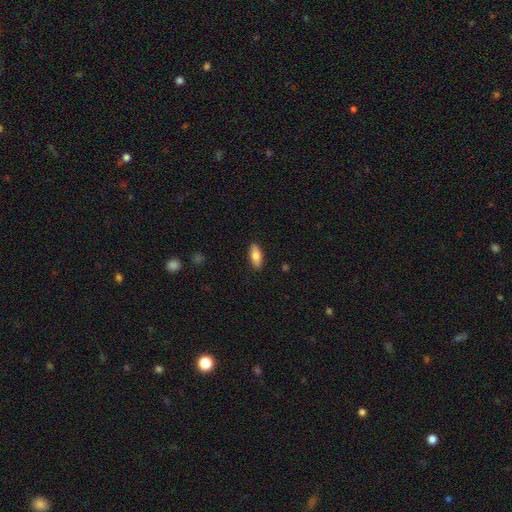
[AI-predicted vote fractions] A smooth galaxy with no disk features (79%) that is in between round and cigar-shaped (80%). Merging: none (89%).